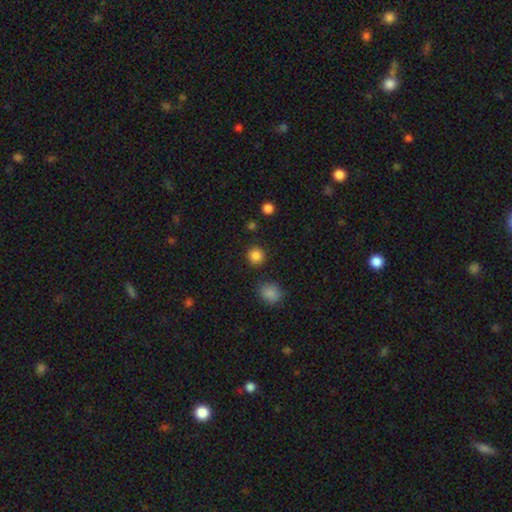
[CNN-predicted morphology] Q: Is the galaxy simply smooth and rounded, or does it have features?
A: smooth — 85%.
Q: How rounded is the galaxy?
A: round — 92%.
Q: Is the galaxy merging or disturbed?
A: none — 88%.